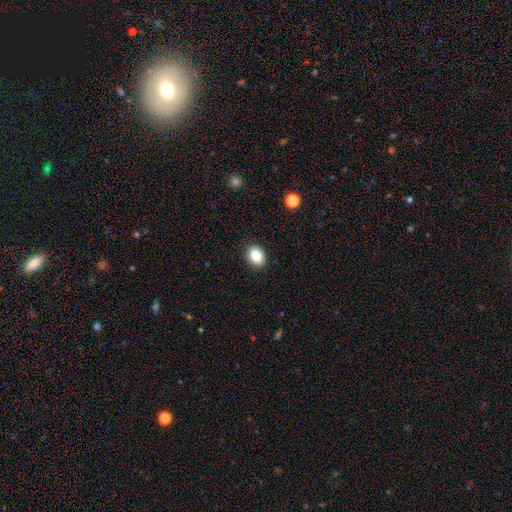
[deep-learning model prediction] Morphology: type=smooth (85%); roundness=in between (63%); merging=none (90%).